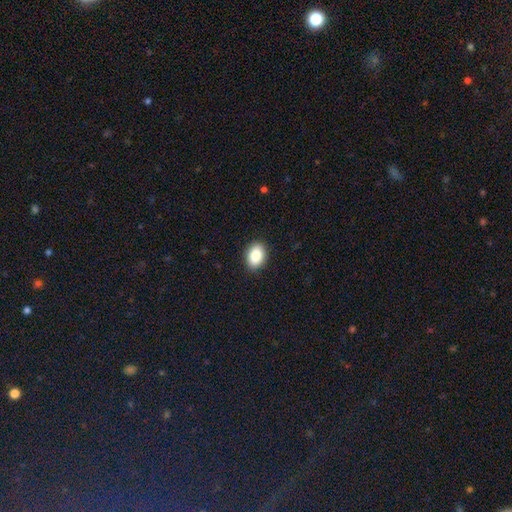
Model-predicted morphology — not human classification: smooth-or-featured: smooth: 88% | star or artifact: 8% | featured or disk: 5%
  how-rounded: in between: 79% | round: 20% | cigar-shaped: 1%
  merging: none: 89% | minor disturbance: 8% | major disturbance: 2% | merger: 1%